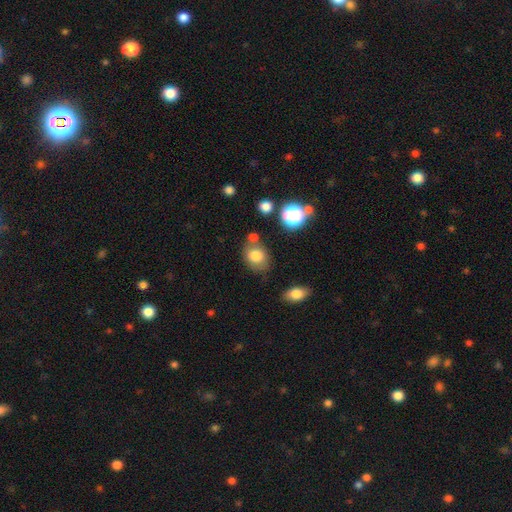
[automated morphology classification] Q: Smooth or featured?
A: smooth (79%); runner-up: star or artifact (11%)
Q: How rounded?
A: in between (51%); runner-up: round (48%)
Q: Merging?
A: none (64%); runner-up: minor disturbance (18%)